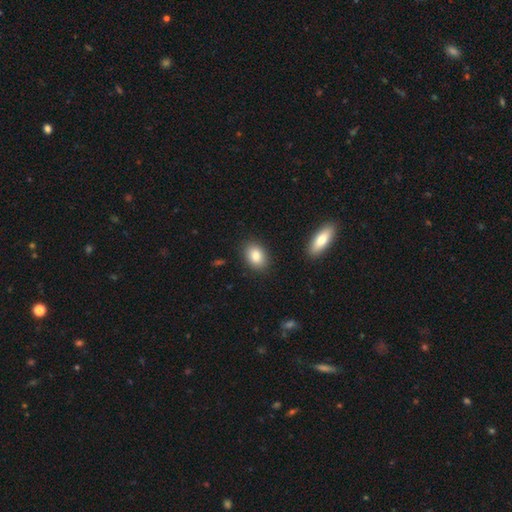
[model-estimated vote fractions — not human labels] Overall: smooth (85%). How rounded: in between (81%). Merging: none (87%).